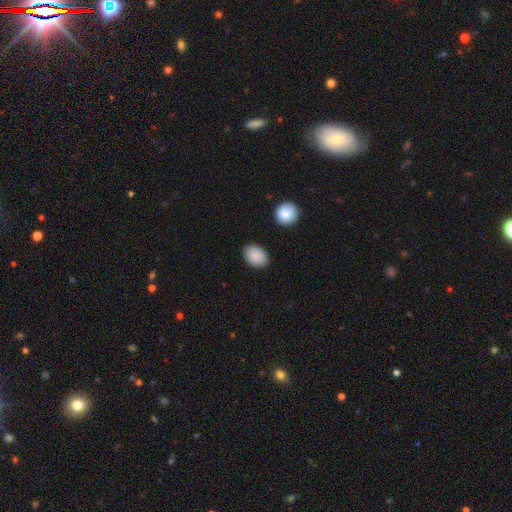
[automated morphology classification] Smooth or featured? smooth (89%)
How rounded? in between (82%)
Merging? none (87%)